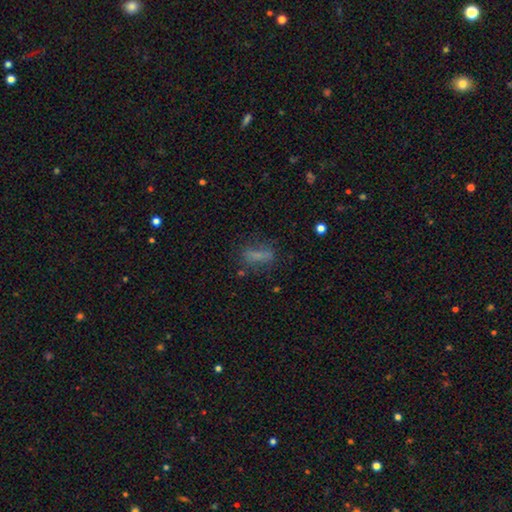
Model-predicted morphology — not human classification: Smooth or featured?
  - smooth: 66% *
  - featured or disk: 20%
  - star or artifact: 14%
How rounded?
  - in between: 59% *
  - cigar-shaped: 34%
  - round: 7%
Merging?
  - none: 63% *
  - minor disturbance: 20%
  - major disturbance: 13%
  - merger: 4%